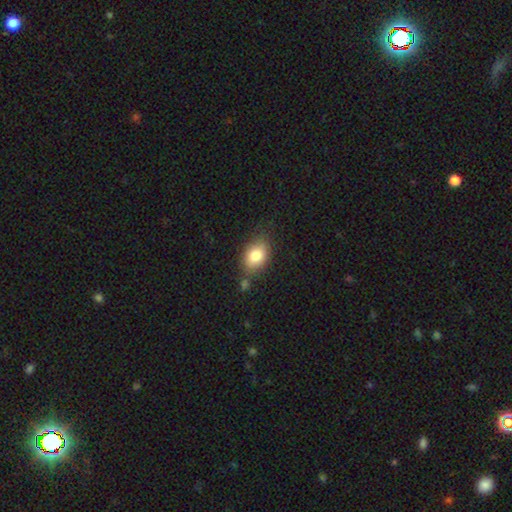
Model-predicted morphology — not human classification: A smooth galaxy with no disk features (81%) that is in between round and cigar-shaped (80%). Merging: none (71%).